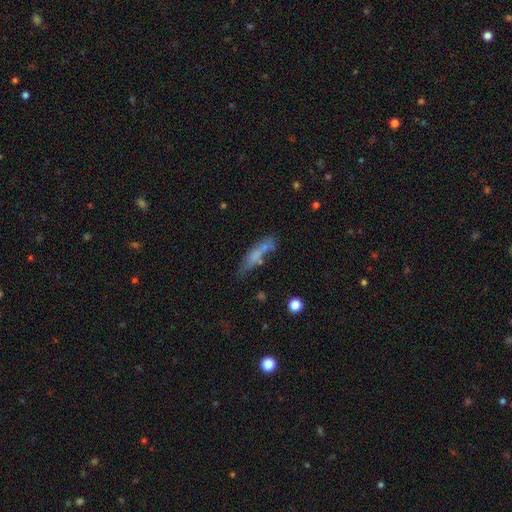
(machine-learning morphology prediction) A smooth galaxy with no disk features (57%) that is cigar-shaped (68%). Merging: none (48%).